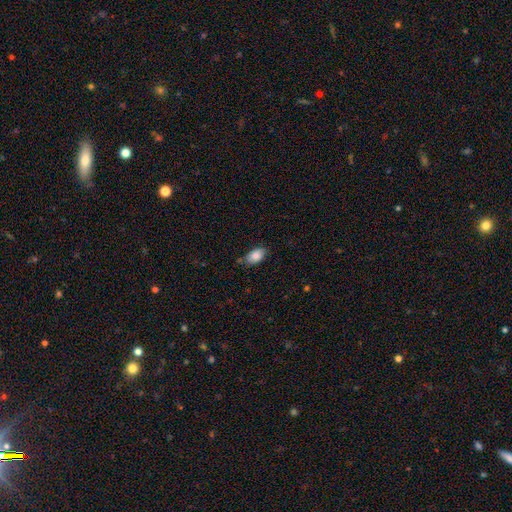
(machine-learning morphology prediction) Overall: smooth (84%). How rounded: in between (92%). Merging: none (75%).